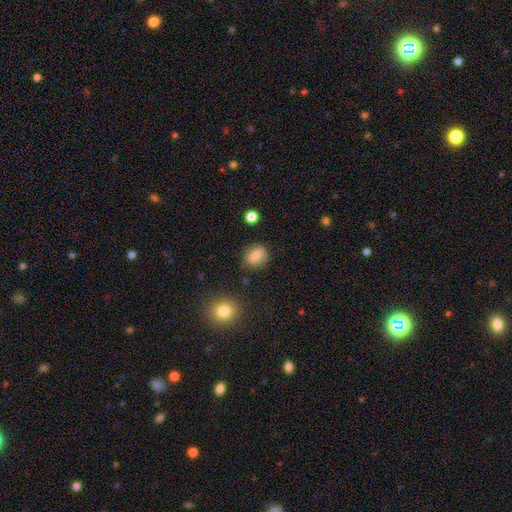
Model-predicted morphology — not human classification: A smooth galaxy with no disk features (79%) that is round (54%). Merging: none (78%).